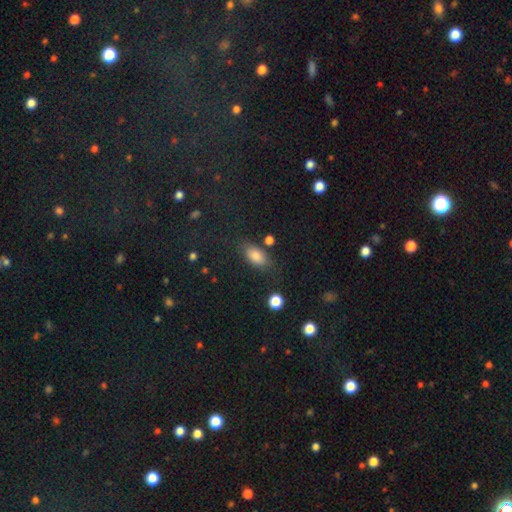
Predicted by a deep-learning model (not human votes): Smooth or featured: smooth — 79% (star or artifact — 12%)
How rounded: in between — 86% (cigar-shaped — 8%)
Merging: none — 75% (minor disturbance — 16%)